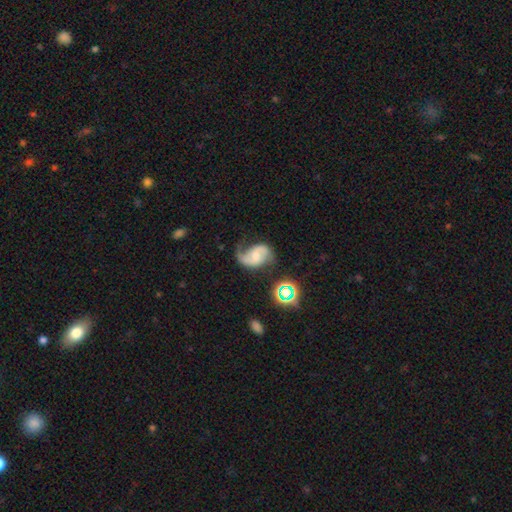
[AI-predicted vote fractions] A featured or disk galaxy (78%) with no bar (45%), 2 (78%) loose (49%) spiral arms (95%) and a small central bulge (47%).

Vote fractions:
- Smooth or featured? featured or disk: 78% / smooth: 13% / star or artifact: 10%
- Edge-on disk? no: 98% / yes: 2%
- Bar? no: 45% / weak: 41% / strong: 14%
- Spiral arms? yes: 95% / no: 5%
- Spiral winding? loose: 49% / medium: 40% / tight: 11%
- Spiral arm count? 2: 78% / 1: 15% / can't tell: 4% / 3: 1% / 4: 1% / more than 4: 1%
- Bulge size? small: 47% / moderate: 39% / none: 8% / large: 4% / dominant: 2%
- Merging? none: 52% / minor disturbance: 25% / major disturbance: 19% / merger: 4%